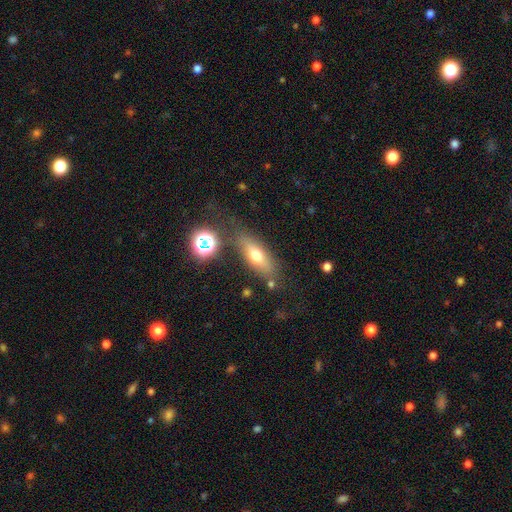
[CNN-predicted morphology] A smooth galaxy with no disk features (61%) that is in between round and cigar-shaped (60%).

Vote fractions:
- Smooth or featured? smooth: 61% / featured or disk: 28% / star or artifact: 11%
- How rounded? in between: 60% / cigar-shaped: 34% / round: 6%
- Merging? none: 72% / minor disturbance: 16% / merger: 6% / major disturbance: 6%